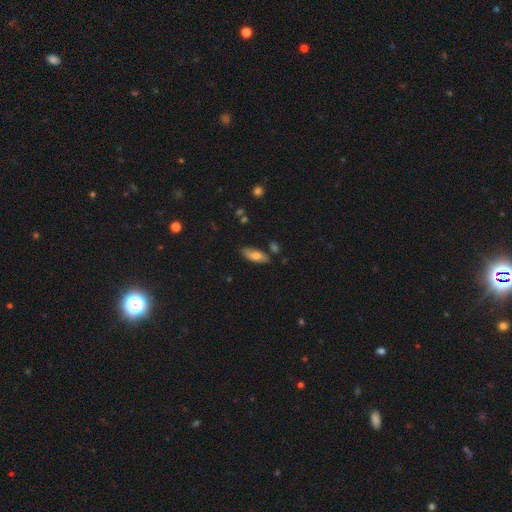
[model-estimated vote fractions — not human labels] This is likely a smooth galaxy (71%). How rounded: likely in between (79%). Merging: likely none (78%).